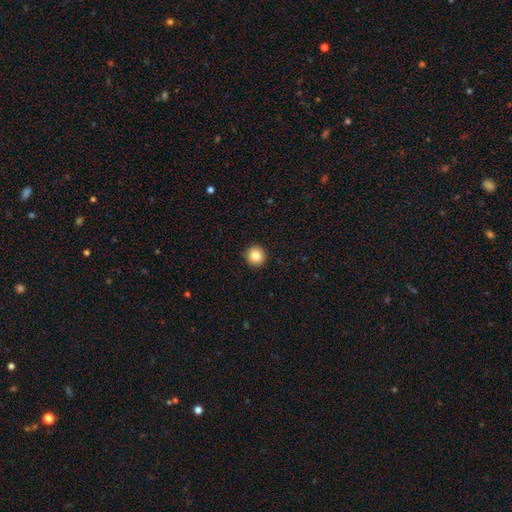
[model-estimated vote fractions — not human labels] Overall: smooth (84%). How rounded: round (95%). Merging: none (93%).